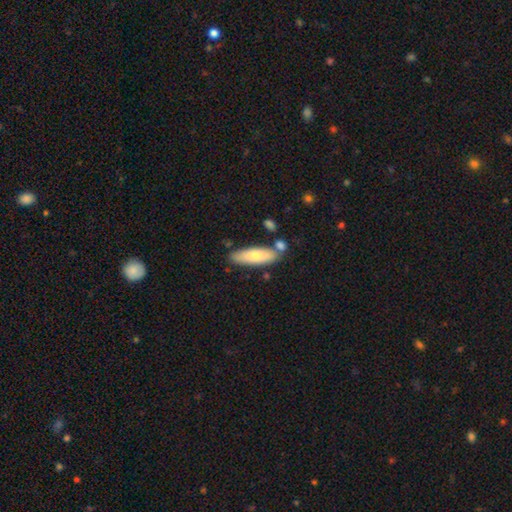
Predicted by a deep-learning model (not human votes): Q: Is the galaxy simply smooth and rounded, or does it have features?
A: smooth — 72%.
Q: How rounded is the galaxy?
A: cigar-shaped — 50%.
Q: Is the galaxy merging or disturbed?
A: none — 73%.